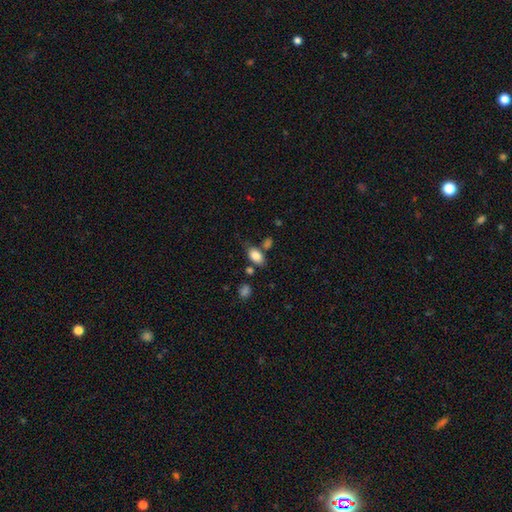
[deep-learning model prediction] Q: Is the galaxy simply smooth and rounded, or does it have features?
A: smooth — 84%.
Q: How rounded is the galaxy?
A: in between — 89%.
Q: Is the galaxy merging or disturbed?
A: none — 67%.